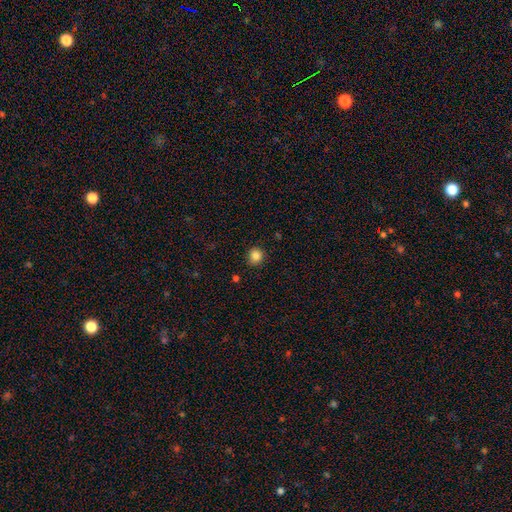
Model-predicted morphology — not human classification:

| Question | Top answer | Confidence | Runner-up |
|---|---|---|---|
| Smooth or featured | smooth | 86% | star or artifact (11%) |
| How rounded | round | 91% | in between (8%) |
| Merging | none | 89% | minor disturbance (7%) |